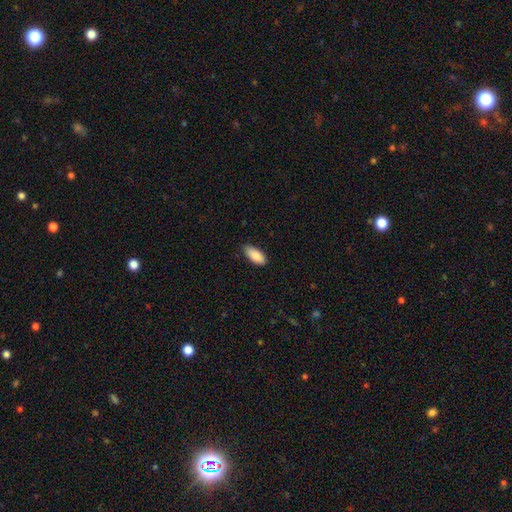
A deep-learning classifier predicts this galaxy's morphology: This is clearly a smooth galaxy (88%). How rounded: clearly in between (86%). Merging: clearly none (82%).